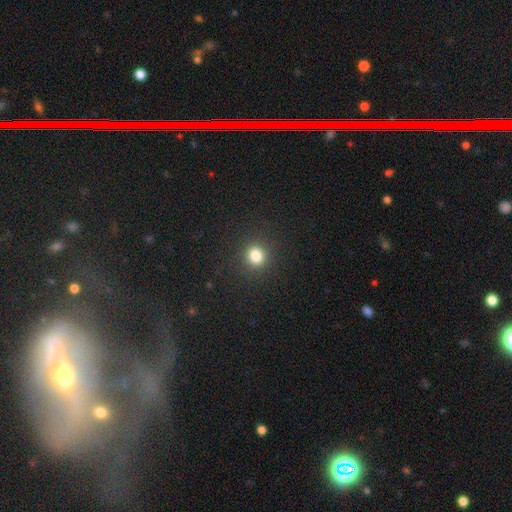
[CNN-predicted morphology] The model was most divided on "smooth or featured": smooth: 82%, star or artifact: 13%, featured or disk: 5%. More confident: merging — none (90%); how rounded — round (87%).